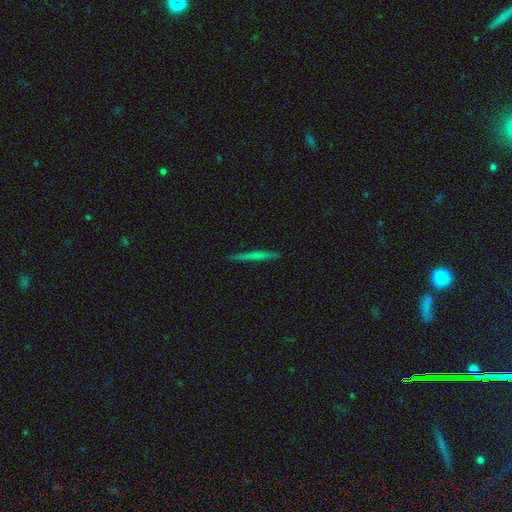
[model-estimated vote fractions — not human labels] A smooth galaxy with no disk features (51%) that is cigar-shaped (95%).

Vote fractions:
- Smooth or featured? smooth: 51% / featured or disk: 42% / star or artifact: 7%
- How rounded? cigar-shaped: 95% / in between: 3% / round: 2%
- Merging? none: 91% / minor disturbance: 7% / major disturbance: 1% / merger: 1%